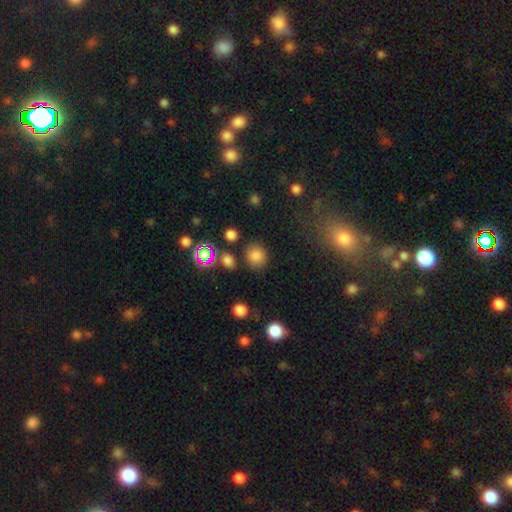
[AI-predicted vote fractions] This is clearly a smooth galaxy (80%). How rounded: clearly round (83%). Merging: clearly none (81%).